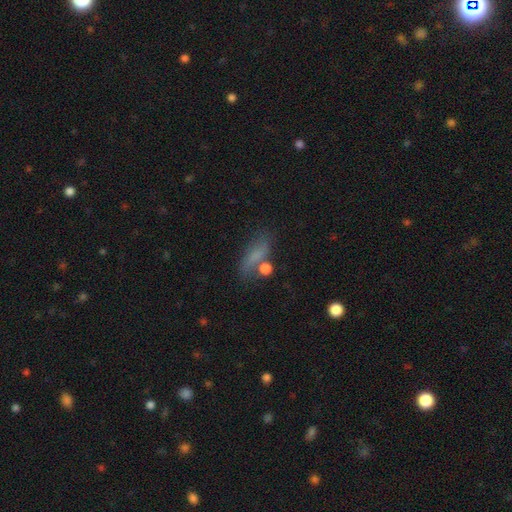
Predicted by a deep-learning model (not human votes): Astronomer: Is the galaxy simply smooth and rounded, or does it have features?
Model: smooth — 61%.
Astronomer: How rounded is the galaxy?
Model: in between — 60%.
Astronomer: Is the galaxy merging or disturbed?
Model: none — 52%.